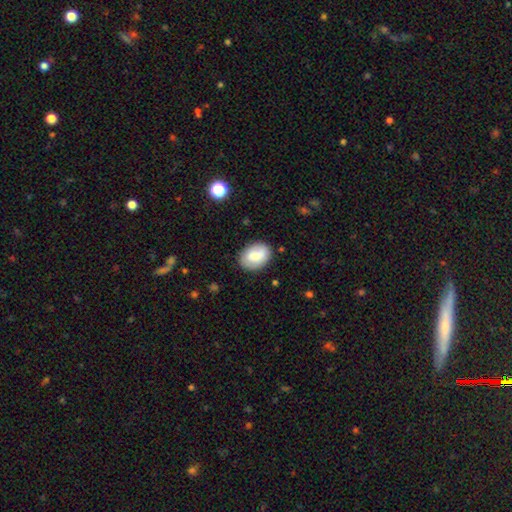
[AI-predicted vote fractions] Overall: smooth (80%). How rounded: in between (79%). Merging: none (81%).